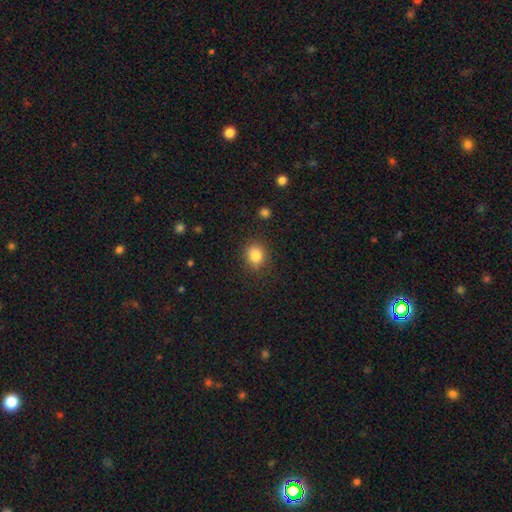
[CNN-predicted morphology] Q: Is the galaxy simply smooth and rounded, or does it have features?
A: smooth — 84%.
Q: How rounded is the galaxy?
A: round — 67%.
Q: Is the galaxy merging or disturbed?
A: none — 85%.